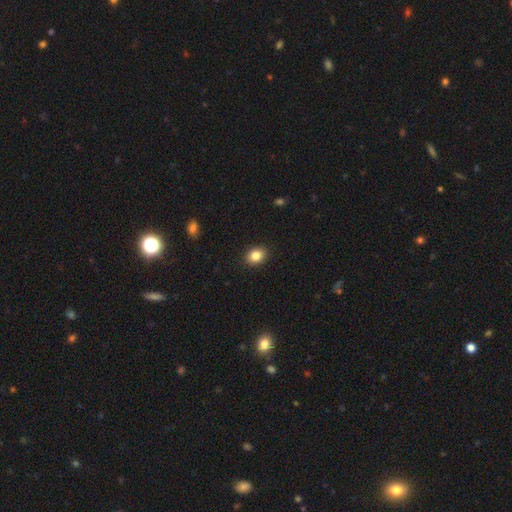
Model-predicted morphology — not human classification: smooth 85%, star or artifact 9%, featured or disk 6%. Down the decision tree: how rounded — in between (63%); merging — none (90%).